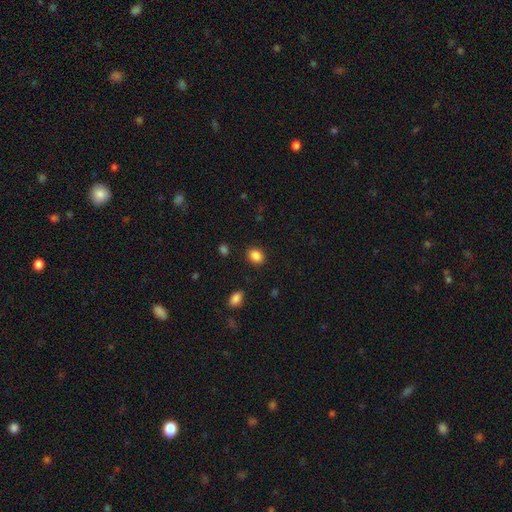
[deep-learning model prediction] A smooth galaxy with no disk features (87%) that is round (50%). Merging: none (88%).